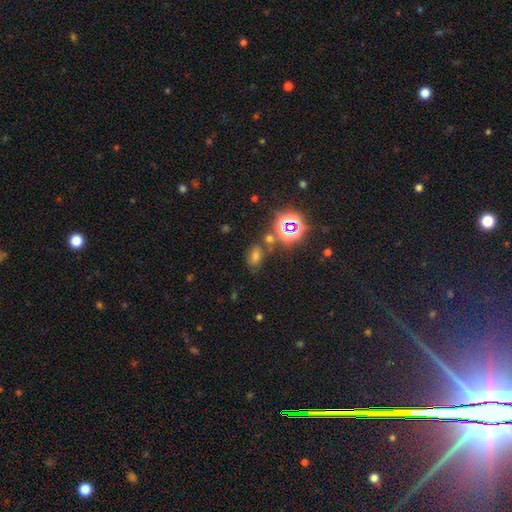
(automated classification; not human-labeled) Smooth or featured? Predicted: smooth (p=0.45). Merging? Predicted: none (p=0.69).